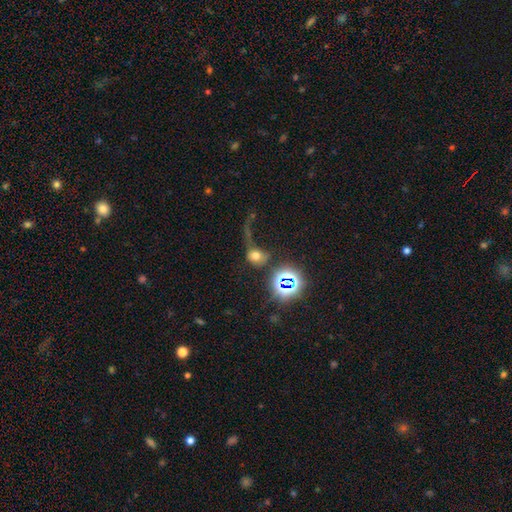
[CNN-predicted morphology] Smooth or featured?
  - smooth: 52% *
  - star or artifact: 27%
  - featured or disk: 21%
How rounded?
  - round: 57% *
  - in between: 41%
  - cigar-shaped: 2%
Merging?
  - major disturbance: 43% *
  - none: 28%
  - merger: 16%
  - minor disturbance: 13%